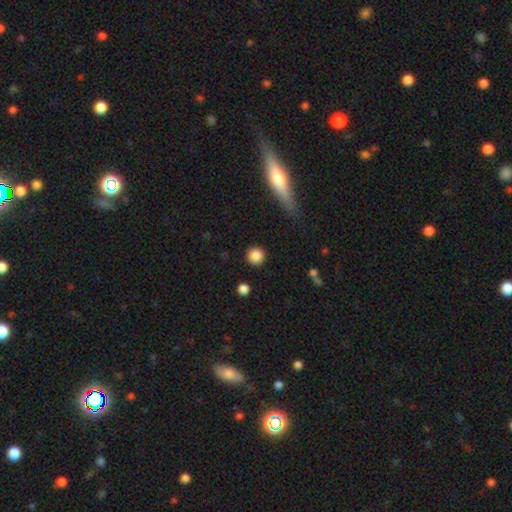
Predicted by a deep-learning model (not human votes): The model was most divided on "smooth or featured": smooth: 87%, star or artifact: 9%, featured or disk: 4%. More confident: how rounded — round (94%); merging — none (91%).